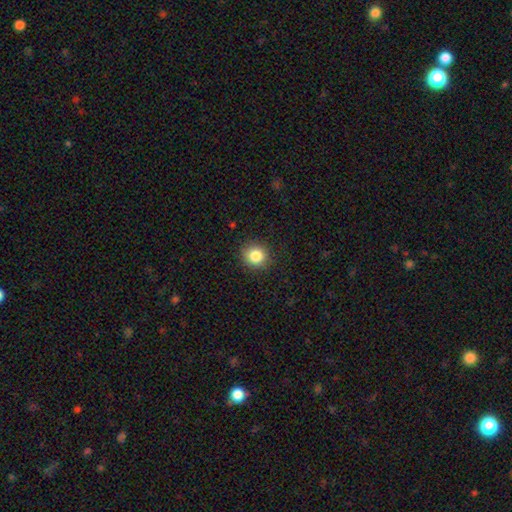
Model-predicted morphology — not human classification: Smooth or featured: smooth — 84% (star or artifact — 10%)
How rounded: round — 87% (in between — 13%)
Merging: none — 89% (minor disturbance — 7%)